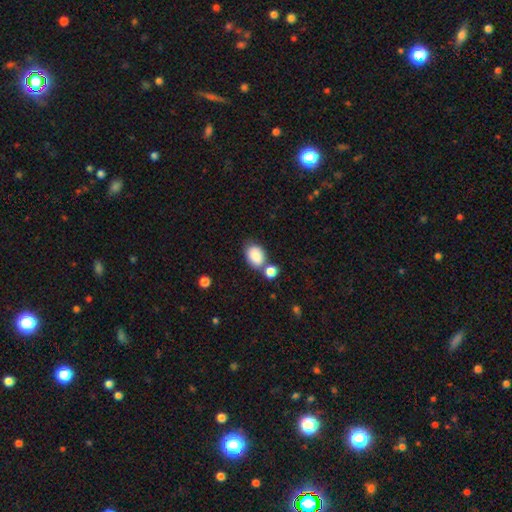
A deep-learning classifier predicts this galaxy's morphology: Smooth or featured?
  - smooth: 86% *
  - star or artifact: 8%
  - featured or disk: 7%
How rounded?
  - in between: 79% *
  - round: 20%
  - cigar-shaped: 1%
Merging?
  - none: 56% *
  - merger: 25%
  - minor disturbance: 15%
  - major disturbance: 4%